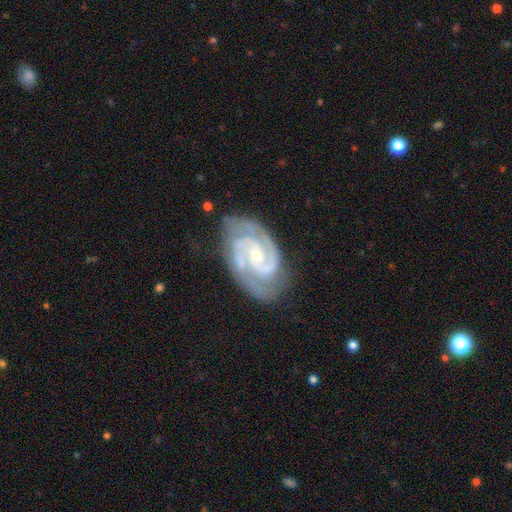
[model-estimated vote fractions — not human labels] Smooth or featured: featured or disk — 92% (star or artifact — 4%)
Edge-on disk: no — 97% (yes — 3%)
Bar: no — 43% (weak — 42%)
Spiral arms: yes — 99% (no — 1%)
Spiral winding: tight — 58% (medium — 38%)
Spiral arm count: 2 — 79% (3 — 12%)
Bulge size: small — 61% (moderate — 34%)
Merging: none — 75% (minor disturbance — 18%)